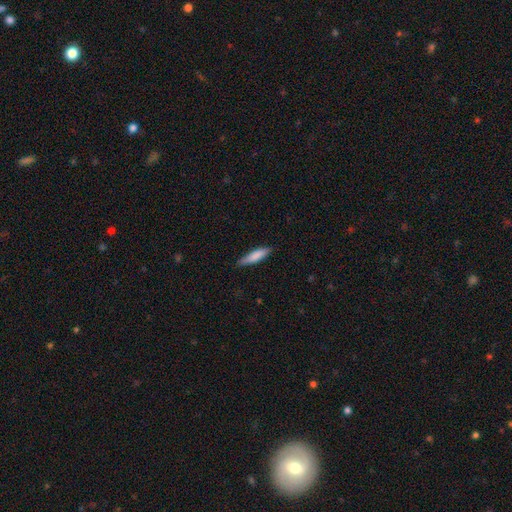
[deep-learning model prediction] The model was most divided on "how rounded": cigar-shaped: 78%, in between: 20%, round: 1%. More confident: merging — none (83%); smooth or featured — smooth (81%).